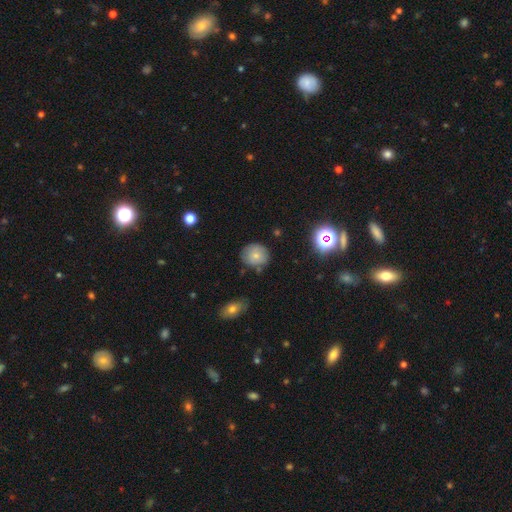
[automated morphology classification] Smooth or featured? Predicted: smooth (p=0.74). How rounded? Predicted: round (p=0.84). Merging? Predicted: none (p=0.77).